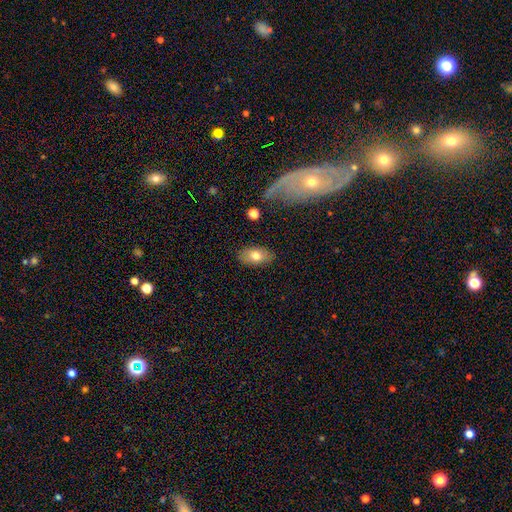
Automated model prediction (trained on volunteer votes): A smooth galaxy with no disk features (73%) that is in between round and cigar-shaped (92%).

Vote fractions:
- Smooth or featured? smooth: 73% / featured or disk: 19% / star or artifact: 8%
- How rounded? in between: 92% / round: 6% / cigar-shaped: 3%
- Merging? none: 84% / minor disturbance: 12% / major disturbance: 3% / merger: 2%